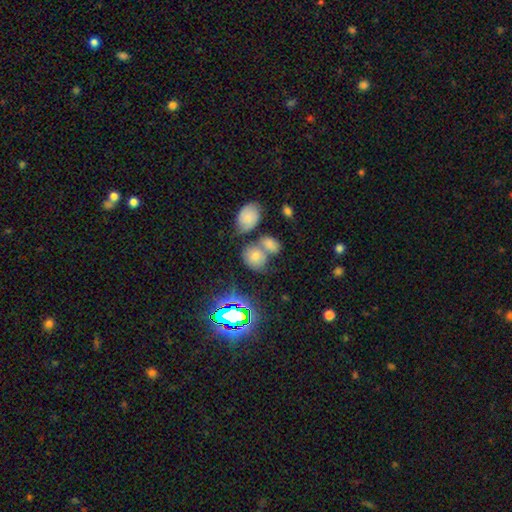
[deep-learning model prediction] smooth 59%, star or artifact 27%, featured or disk 14%. Down the decision tree: how rounded — round (55%); merging — none (45%).